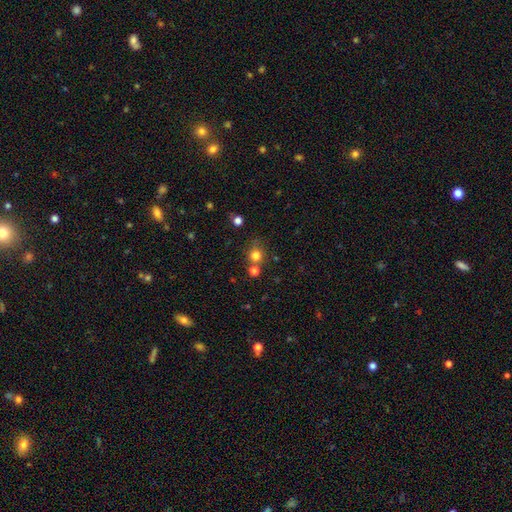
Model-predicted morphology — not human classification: A smooth galaxy with no disk features (78%) that is round (88%).

Vote fractions:
- Smooth or featured? smooth: 78% / star or artifact: 16% / featured or disk: 7%
- How rounded? round: 88% / in between: 11% / cigar-shaped: 1%
- Merging? none: 66% / merger: 19% / minor disturbance: 11% / major disturbance: 4%